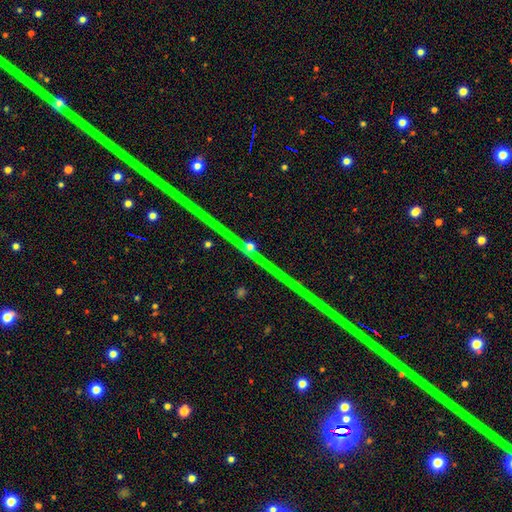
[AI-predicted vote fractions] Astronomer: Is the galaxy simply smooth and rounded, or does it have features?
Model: star or artifact — 80%.